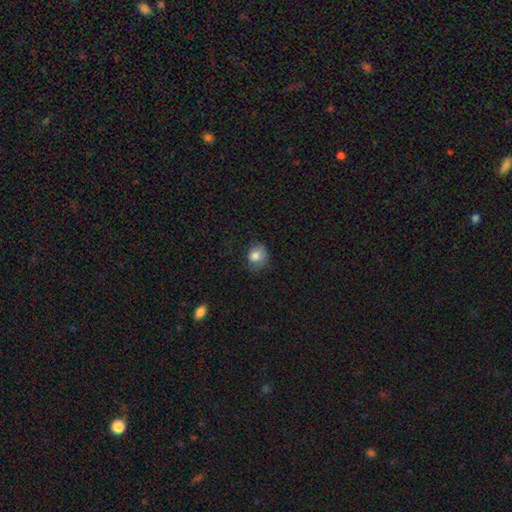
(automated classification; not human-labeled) smooth 82%, star or artifact 9%, featured or disk 9%. Down the decision tree: how rounded — round (69%); merging — none (64%).